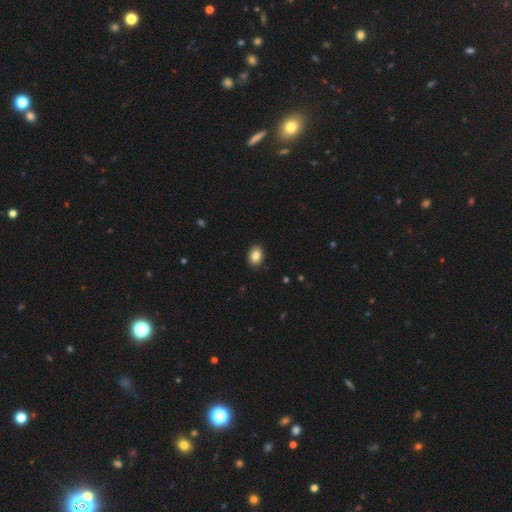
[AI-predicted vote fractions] Overall: smooth (86%). How rounded: in between (71%). Merging: none (90%).